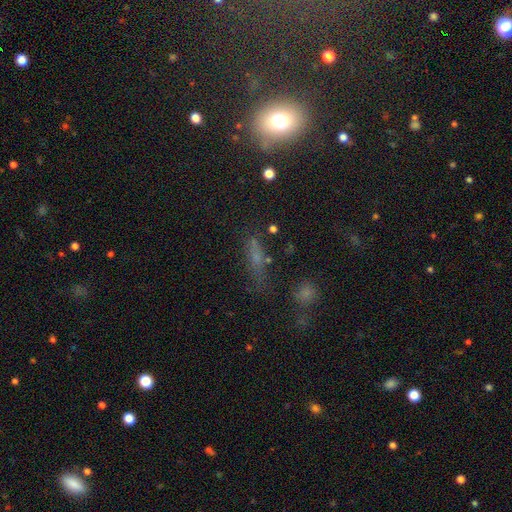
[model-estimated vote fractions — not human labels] Morphology: type=smooth (46%); merging=none (60%).